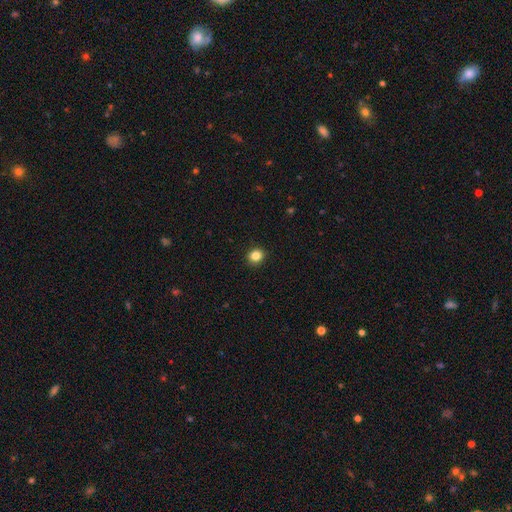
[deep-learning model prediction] Smooth or featured? Predicted: smooth (p=0.84). How rounded? Predicted: round (p=0.80). Merging? Predicted: none (p=0.92).